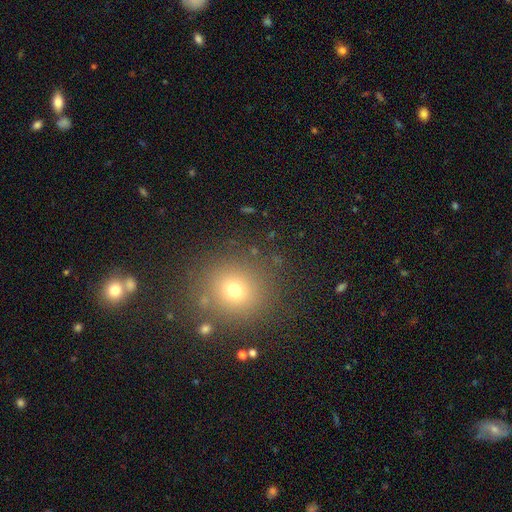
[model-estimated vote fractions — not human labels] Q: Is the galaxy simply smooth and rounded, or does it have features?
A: smooth — 64%.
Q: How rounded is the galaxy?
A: round — 89%.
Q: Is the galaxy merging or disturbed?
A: none — 85%.